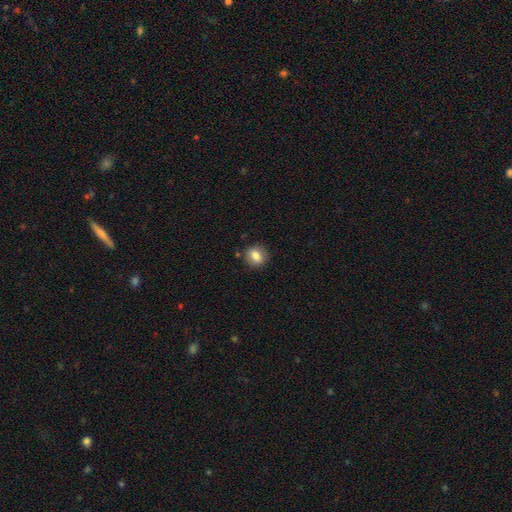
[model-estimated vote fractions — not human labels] Q: Smooth or featured?
A: smooth (82%); runner-up: featured or disk (9%)
Q: How rounded?
A: round (66%); runner-up: in between (33%)
Q: Merging?
A: none (85%); runner-up: minor disturbance (11%)